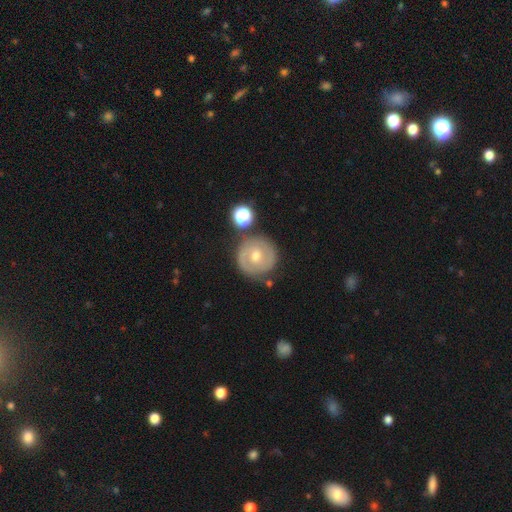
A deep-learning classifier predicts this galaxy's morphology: Smooth or featured?
  - featured or disk: 64% *
  - smooth: 29%
  - star or artifact: 7%
Edge-on disk?
  - no: 97% *
  - yes: 3%
Bar?
  - no: 63% *
  - weak: 29%
  - strong: 8%
Spiral arms?
  - yes: 67% *
  - no: 33%
Bulge size?
  - moderate: 63% *
  - small: 32%
  - large: 2%
  - none: 1%
  - dominant: 1%
Merging?
  - none: 79% *
  - minor disturbance: 12%
  - merger: 5%
  - major disturbance: 4%